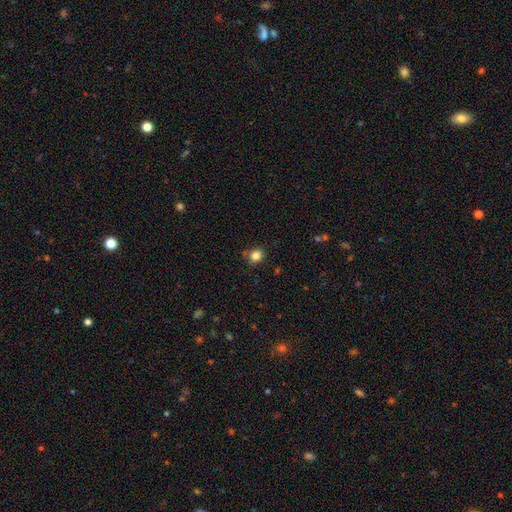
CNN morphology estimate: Smooth or featured? smooth (83%)
How rounded? round (76%)
Merging? none (82%)